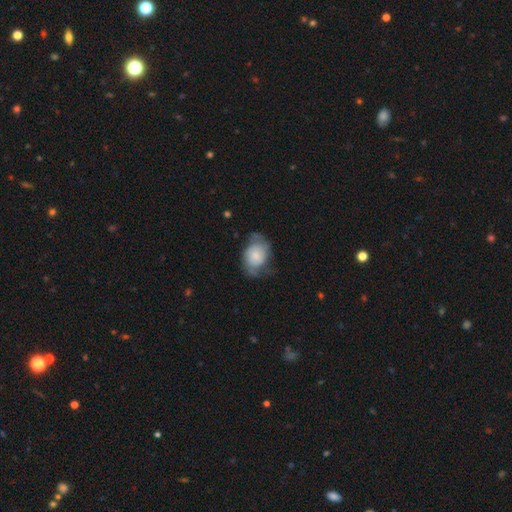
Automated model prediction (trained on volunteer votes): This is possibly a smooth galaxy (51%). How rounded: likely in between (69%). Merging: possibly none (47%).